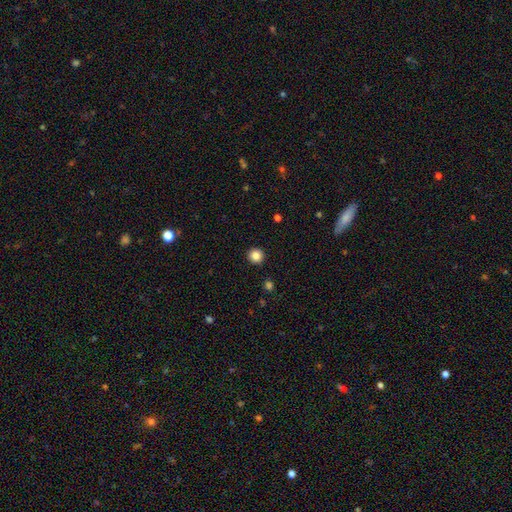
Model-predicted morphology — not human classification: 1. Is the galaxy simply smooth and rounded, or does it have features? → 85% smooth, 11% star or artifact, 5% featured or disk.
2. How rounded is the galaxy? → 95% round, 4% in between, 1% cigar-shaped.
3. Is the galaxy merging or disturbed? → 93% none, 4% minor disturbance, 1% major disturbance, 1% merger.